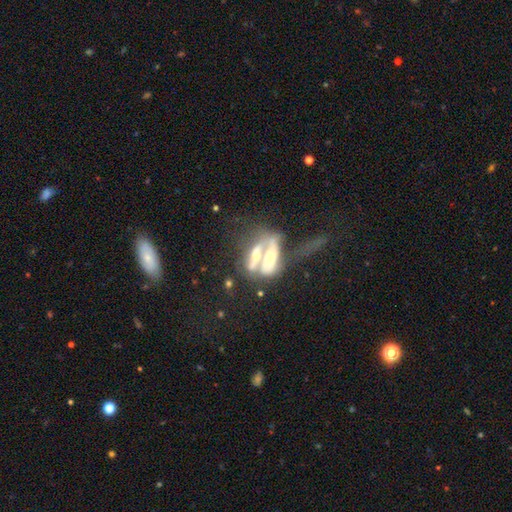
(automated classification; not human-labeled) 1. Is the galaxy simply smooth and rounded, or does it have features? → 58% featured or disk, 33% smooth, 10% star or artifact.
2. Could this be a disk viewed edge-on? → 71% no, 29% yes.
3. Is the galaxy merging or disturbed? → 68% merger, 16% major disturbance, 10% none, 6% minor disturbance.